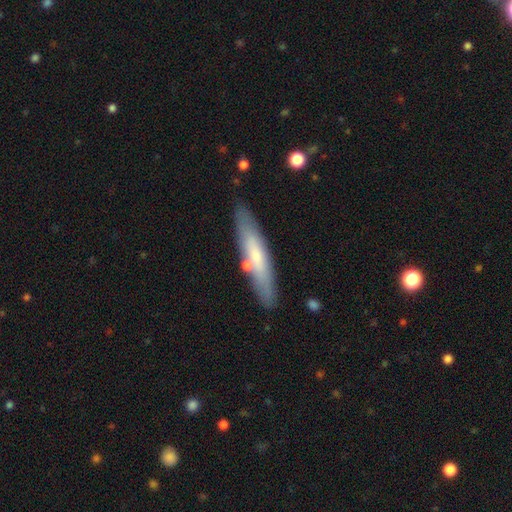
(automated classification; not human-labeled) Overall: smooth (57%; featured or disk 37%). How rounded: cigar-shaped (83%). Merging: none (80%).